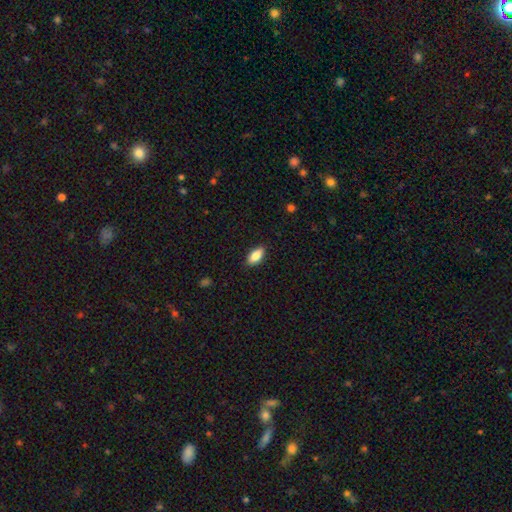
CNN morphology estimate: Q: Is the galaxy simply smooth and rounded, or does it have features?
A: smooth — 86%.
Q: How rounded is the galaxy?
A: in between — 89%.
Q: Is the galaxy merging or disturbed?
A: none — 88%.